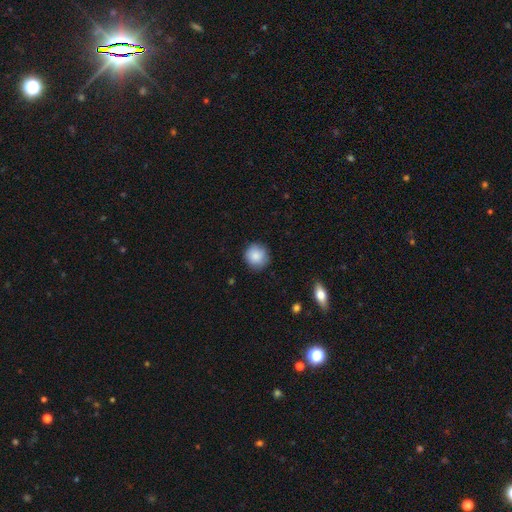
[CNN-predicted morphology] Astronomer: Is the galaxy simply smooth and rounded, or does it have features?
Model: smooth — 87%.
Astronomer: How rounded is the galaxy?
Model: round — 93%.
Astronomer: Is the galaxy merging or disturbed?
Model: none — 86%.